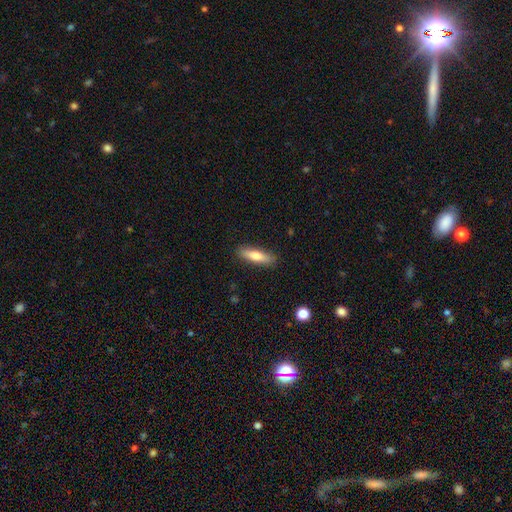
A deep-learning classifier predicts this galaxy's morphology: smooth 75%, featured or disk 20%, star or artifact 6%. Down the decision tree: how rounded — cigar-shaped (64%); merging — none (87%).